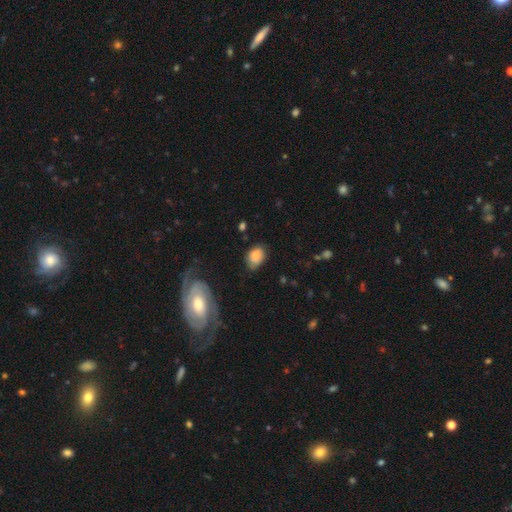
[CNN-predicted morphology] Smooth or featured? smooth (78%)
How rounded? in between (73%)
Merging? none (71%)